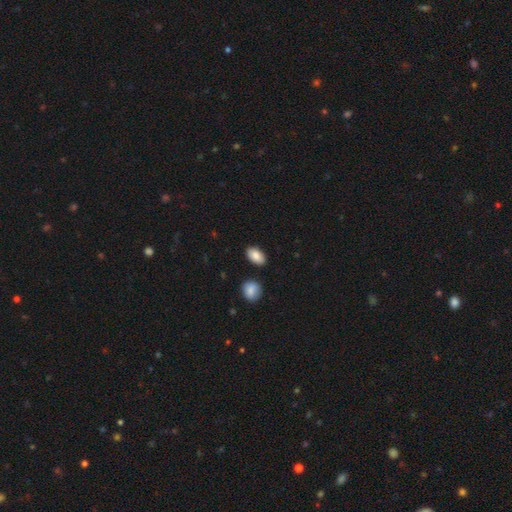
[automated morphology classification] Smooth or featured: smooth — 87% (star or artifact — 7%)
How rounded: in between — 92% (round — 6%)
Merging: none — 85% (minor disturbance — 9%)